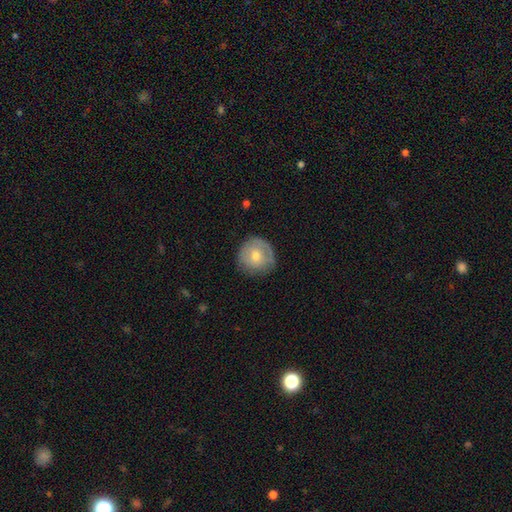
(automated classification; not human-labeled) This appears to be a smooth galaxy with no disk features (56%) that is round (92%). Merging: none (78%).